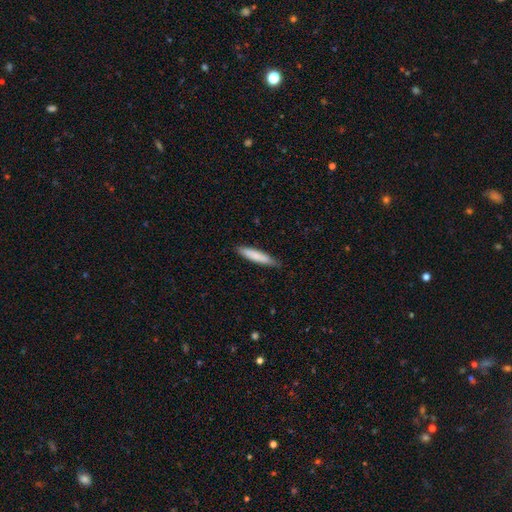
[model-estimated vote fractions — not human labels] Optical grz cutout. It shows a smooth galaxy with no disk features (81%) that is cigar-shaped (87%). Merging: none (83%).